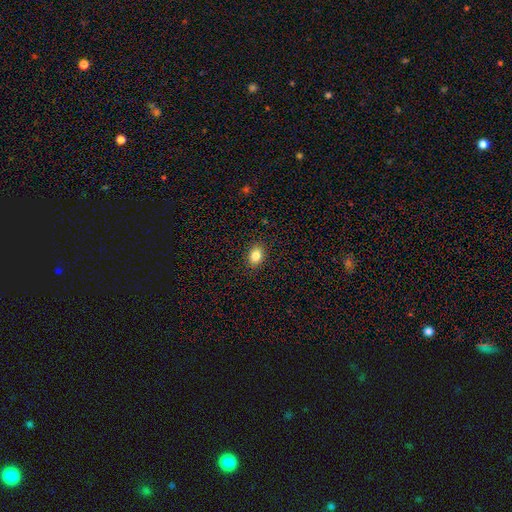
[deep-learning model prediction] smooth 84%, star or artifact 9%, featured or disk 6%. Down the decision tree: how rounded — in between (76%); merging — none (89%).